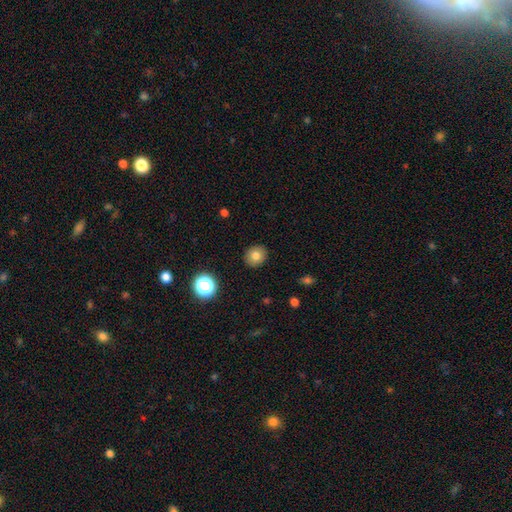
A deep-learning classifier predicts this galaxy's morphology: Smooth or featured? Predicted: smooth (p=0.78). How rounded? Predicted: round (p=0.80). Merging? Predicted: none (p=0.90).